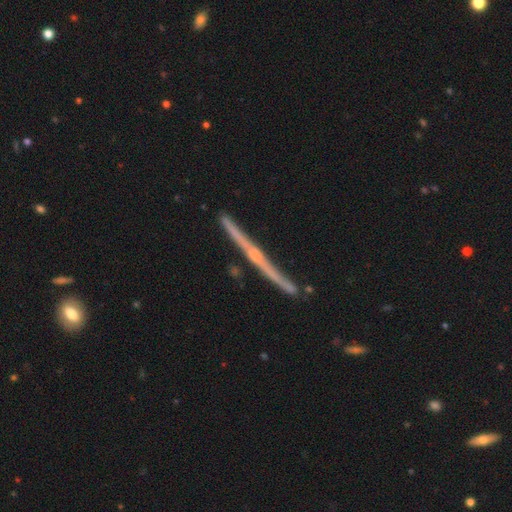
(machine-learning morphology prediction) Q: Smooth or featured?
A: featured or disk (80%); runner-up: smooth (14%)
Q: Edge-on disk?
A: yes (98%); runner-up: no (2%)
Q: Edge-on bulge?
A: rounded (48%); runner-up: none (45%)
Q: Merging?
A: none (86%); runner-up: minor disturbance (10%)